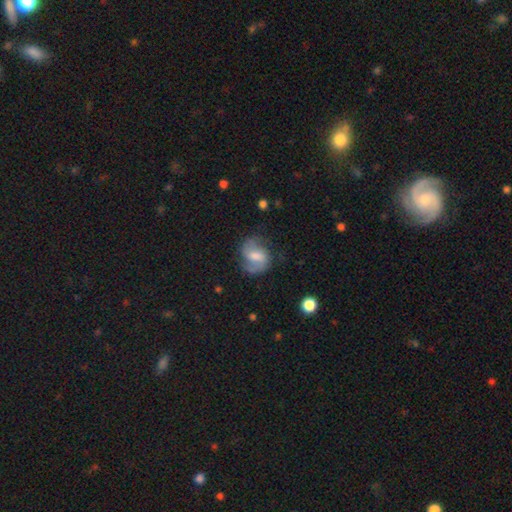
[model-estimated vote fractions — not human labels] A featured or disk galaxy (68%) with a weak bar (54%), 2 (82%) medium (49%) spiral arms (91%) and a moderate central bulge (43%).

Vote fractions:
- Smooth or featured? featured or disk: 68% / smooth: 24% / star or artifact: 7%
- Edge-on disk? no: 97% / yes: 3%
- Bar? weak: 54% / no: 23% / strong: 23%
- Spiral arms? yes: 91% / no: 9%
- Spiral winding? medium: 49% / loose: 34% / tight: 18%
- Spiral arm count? 2: 82% / can't tell: 7% / 1: 7% / 3: 2% / 4: 1% / more than 4: 1%
- Bulge size? moderate: 43% / small: 26% / none: 16% / large: 13% / dominant: 2%
- Merging? none: 64% / minor disturbance: 22% / major disturbance: 12% / merger: 2%